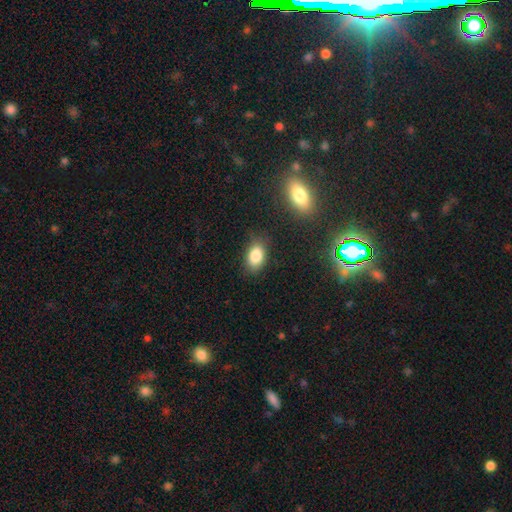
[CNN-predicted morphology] Overall: smooth (84%). How rounded: in between (86%). Merging: none (80%).